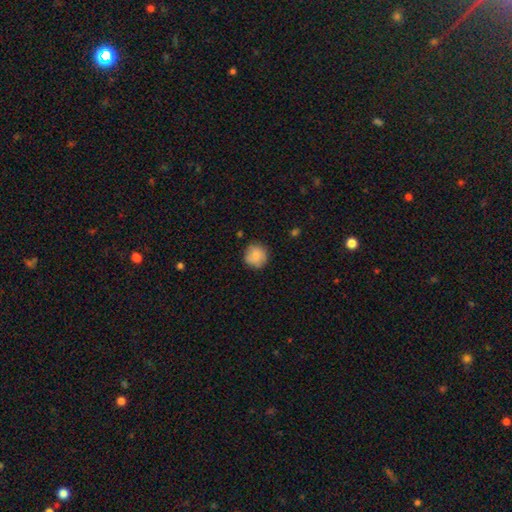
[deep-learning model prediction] smooth 81%, featured or disk 11%, star or artifact 8%. Down the decision tree: how rounded — round (93%); merging — none (81%).